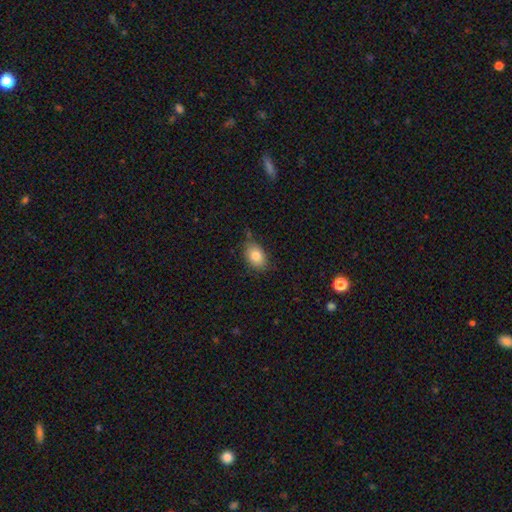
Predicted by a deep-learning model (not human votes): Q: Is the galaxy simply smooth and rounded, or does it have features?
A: smooth — 81%.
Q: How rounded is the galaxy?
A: in between — 81%.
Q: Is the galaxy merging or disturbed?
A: none — 76%.